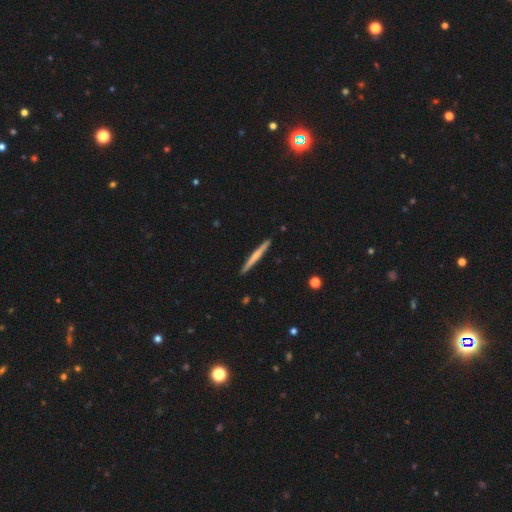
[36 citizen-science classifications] Morphology: type=smooth (53%); roundness=cigar-shaped (95%); merging=none (91%).